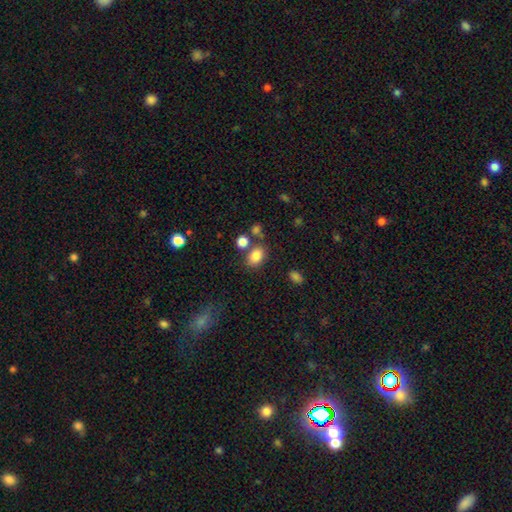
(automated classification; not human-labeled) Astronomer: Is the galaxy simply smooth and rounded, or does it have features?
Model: smooth — 83%.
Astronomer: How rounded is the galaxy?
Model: in between — 73%.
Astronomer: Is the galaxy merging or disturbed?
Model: none — 67%.